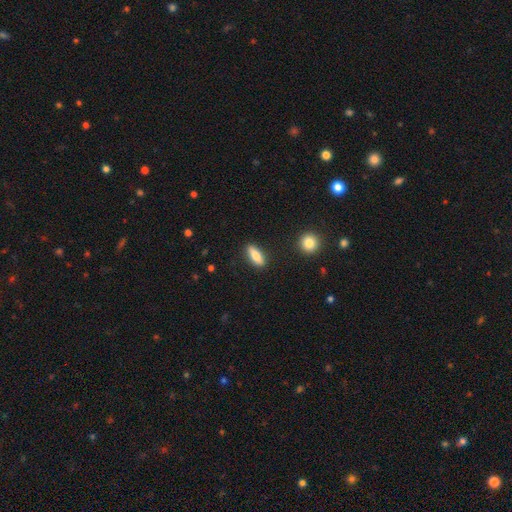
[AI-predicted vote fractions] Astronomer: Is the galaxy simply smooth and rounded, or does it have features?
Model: smooth — 71%.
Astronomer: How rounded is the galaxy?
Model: in between — 59% (runner-up: cigar-shaped, 37%).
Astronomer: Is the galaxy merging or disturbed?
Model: none — 88%.